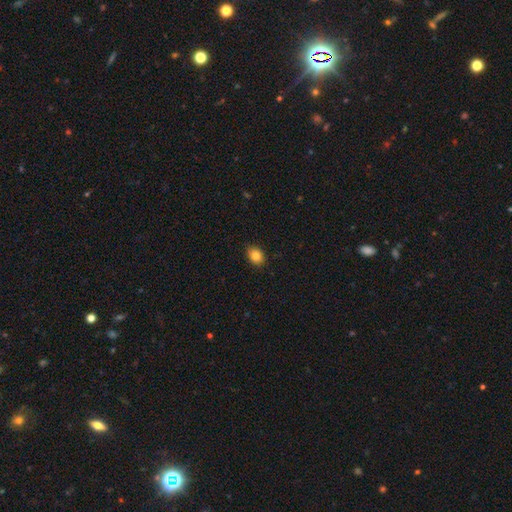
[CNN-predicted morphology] smooth 84%, star or artifact 10%, featured or disk 6%. Down the decision tree: how rounded — in between (58%); merging — none (84%).